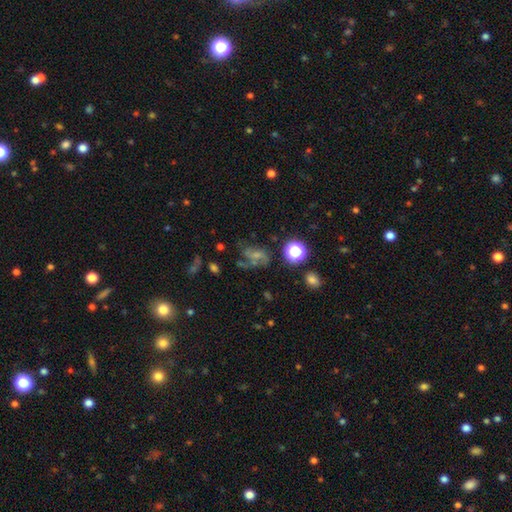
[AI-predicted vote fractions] Smooth or featured? Predicted: smooth (p=0.41). Merging? Predicted: none (p=0.39).